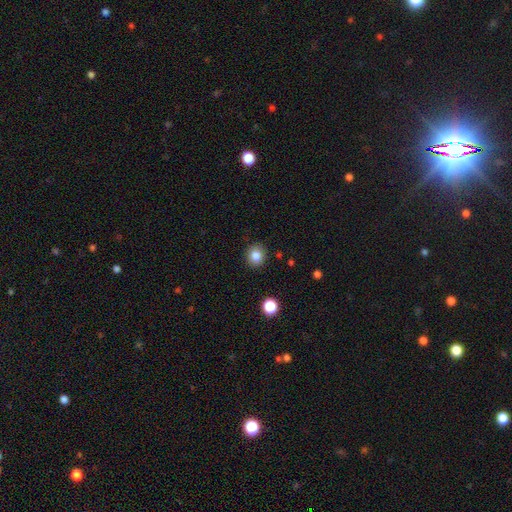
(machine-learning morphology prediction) Q: Smooth or featured?
A: smooth (83%); runner-up: star or artifact (11%)
Q: How rounded?
A: round (82%); runner-up: in between (17%)
Q: Merging?
A: none (90%); runner-up: minor disturbance (7%)